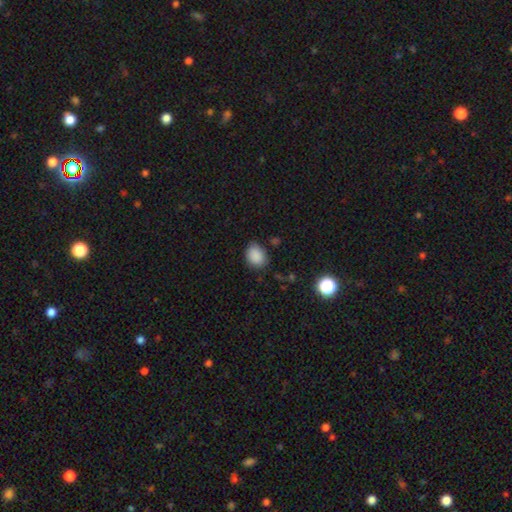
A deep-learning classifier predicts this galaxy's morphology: smooth 87%, star or artifact 9%, featured or disk 4%. Down the decision tree: how rounded — in between (59%); merging — none (78%).